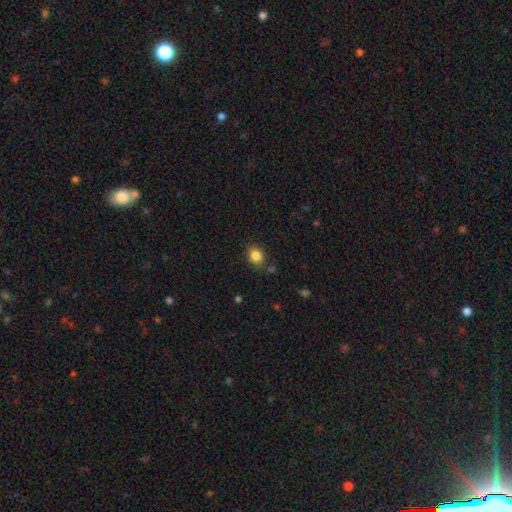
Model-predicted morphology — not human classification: Q: Smooth or featured?
A: smooth (85%); runner-up: star or artifact (10%)
Q: How rounded?
A: round (55%); runner-up: in between (44%)
Q: Merging?
A: none (82%); runner-up: minor disturbance (11%)